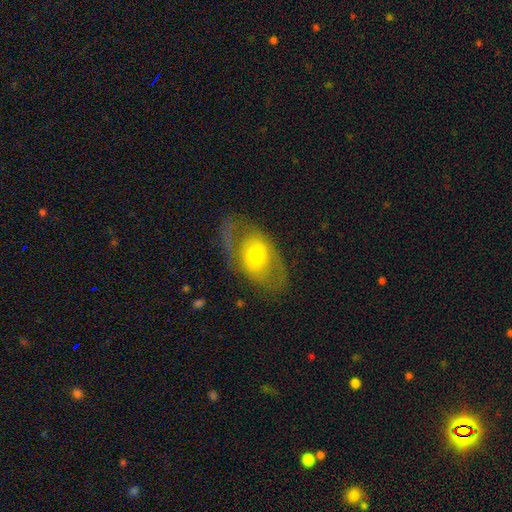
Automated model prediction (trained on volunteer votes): Morphology: type=featured or disk (57%); edge-on=no (90%); bar=no (68%); spiral arms=no (56%); bulge=moderate (64%); merging=none (68%).